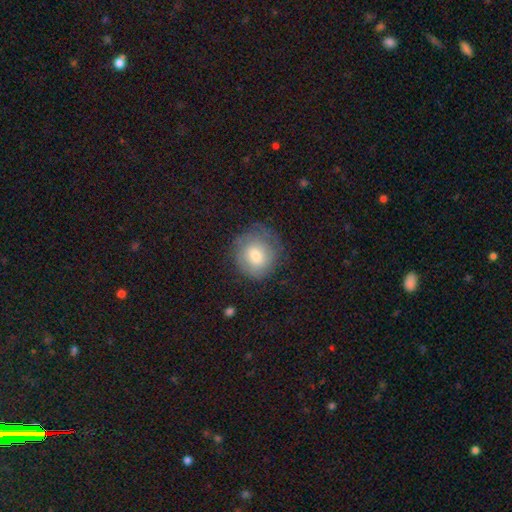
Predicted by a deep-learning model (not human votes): This is likely a smooth galaxy (61%). How rounded: clearly round (85%). Merging: likely none (67%).